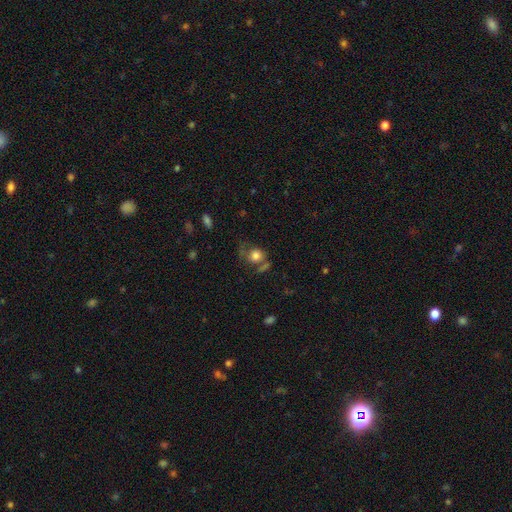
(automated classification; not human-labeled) The model was most divided on "merging": none: 43%, minor disturbance: 22%, major disturbance: 22%, merger: 13%. More confident: how rounded — round (76%); smooth or featured — smooth (71%).